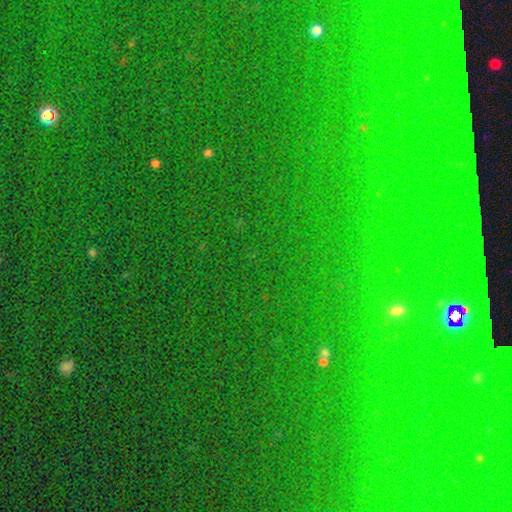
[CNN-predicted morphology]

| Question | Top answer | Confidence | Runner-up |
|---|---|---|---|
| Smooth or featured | star or artifact | 77% | smooth (14%) |